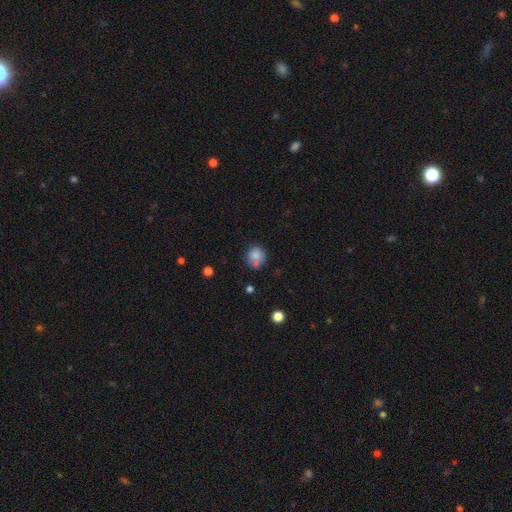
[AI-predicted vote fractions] The model was most divided on "merging": none: 59%, minor disturbance: 19%, merger: 16%, major disturbance: 6%. More confident: how rounded — round (81%); smooth or featured — smooth (80%).